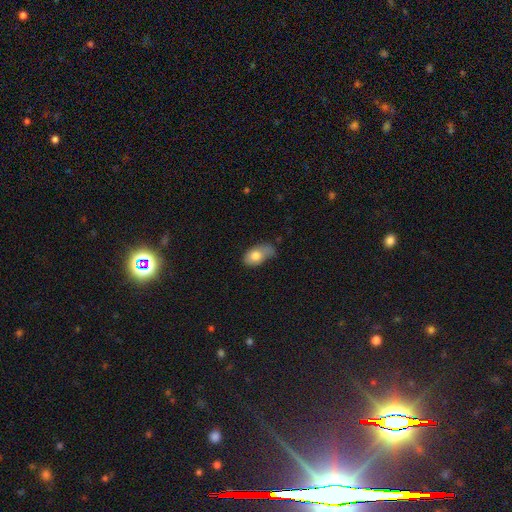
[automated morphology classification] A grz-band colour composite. It shows a smooth galaxy with no disk features (75%) that is in between round and cigar-shaped (88%). Merging: minor disturbance (42%).